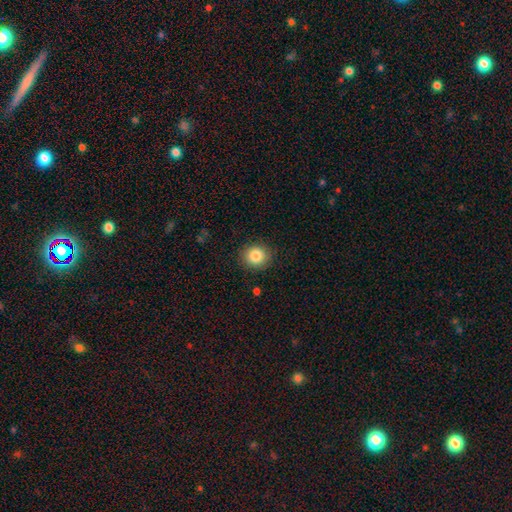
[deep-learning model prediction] Smooth or featured? smooth (84%)
How rounded? round (82%)
Merging? none (89%)